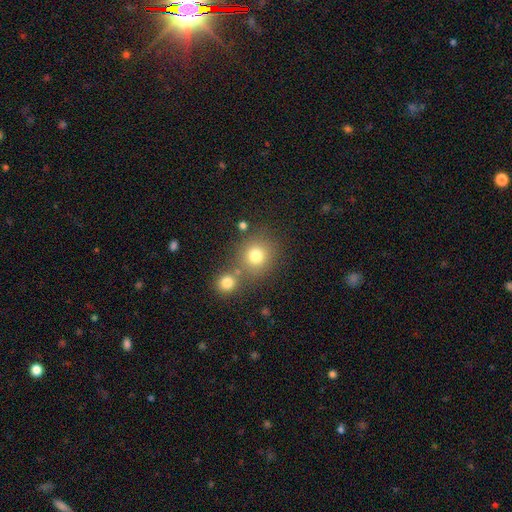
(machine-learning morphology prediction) smooth_or_featured: smooth (p=0.77) [alt: star or artifact p=0.13]
how_rounded: round (p=0.83) [alt: in between p=0.16]
merging: none (p=0.65) [alt: merger p=0.22]